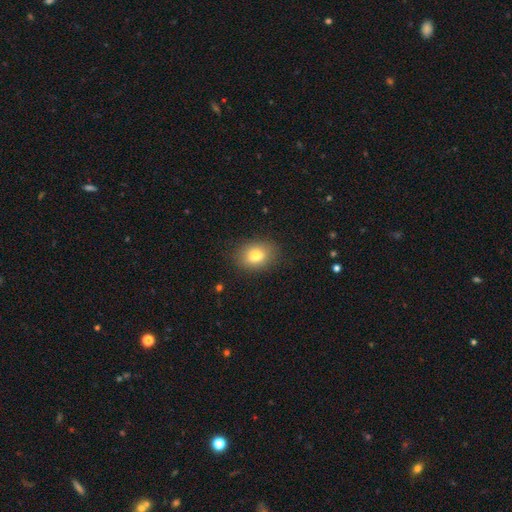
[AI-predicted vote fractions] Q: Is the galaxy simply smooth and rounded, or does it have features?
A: smooth — 78%.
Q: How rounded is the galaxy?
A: in between — 68%.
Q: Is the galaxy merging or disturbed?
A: none — 84%.